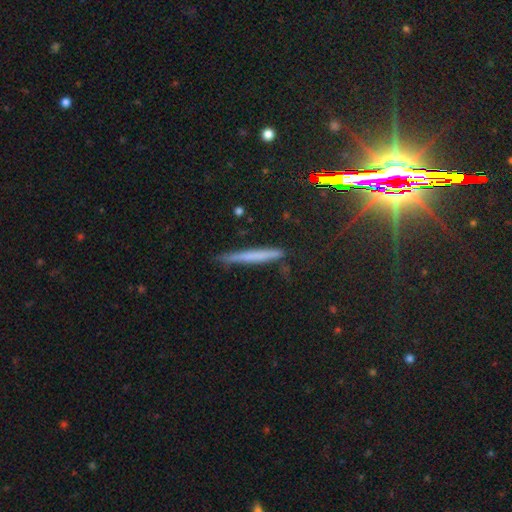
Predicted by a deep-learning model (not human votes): The model was most divided on "smooth or featured": smooth: 54%, featured or disk: 31%, star or artifact: 15%. More confident: how rounded — cigar-shaped (96%); merging — none (81%).